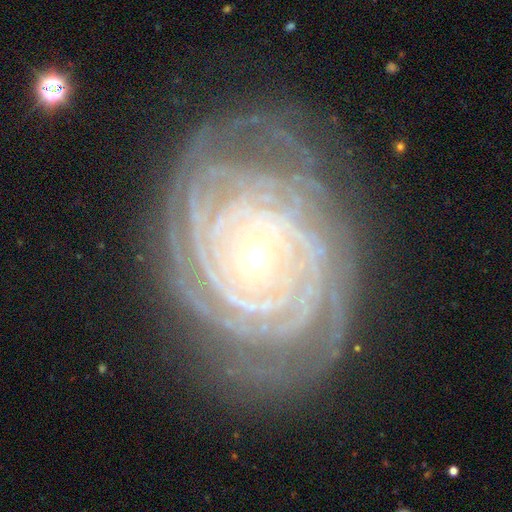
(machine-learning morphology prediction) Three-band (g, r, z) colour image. It shows a featured or disk galaxy (90%) with no bar (74%), more than 4 (27%) tight (89%) spiral arms (97%) and a small central bulge (57%). Merging: none (77%).